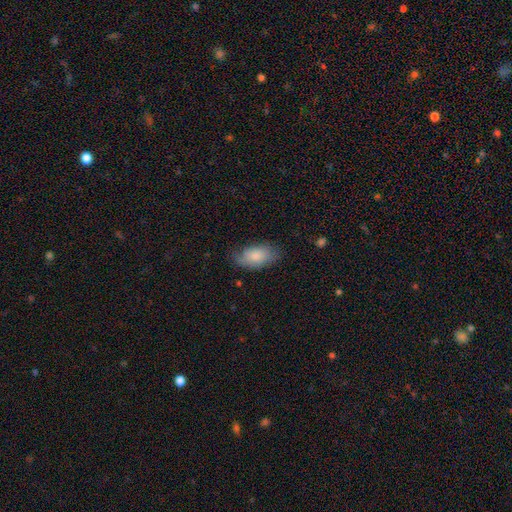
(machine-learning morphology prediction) This appears to be a smooth galaxy with no disk features (74%) that is in between round and cigar-shaped (93%). Merging: none (65%).